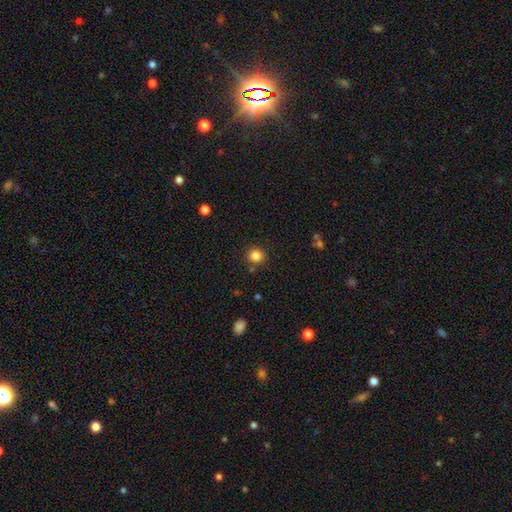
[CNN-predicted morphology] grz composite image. It shows a smooth galaxy with no disk features (83%) that is round (91%). Merging: none (86%).